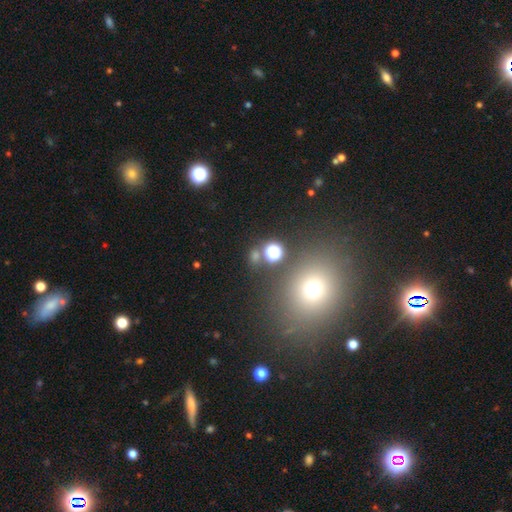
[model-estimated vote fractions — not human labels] A smooth galaxy with no disk features (49%).

Vote fractions:
- Smooth or featured? smooth: 49% / star or artifact: 42% / featured or disk: 9%
- Merging? none: 78% / merger: 9% / minor disturbance: 9% / major disturbance: 5%